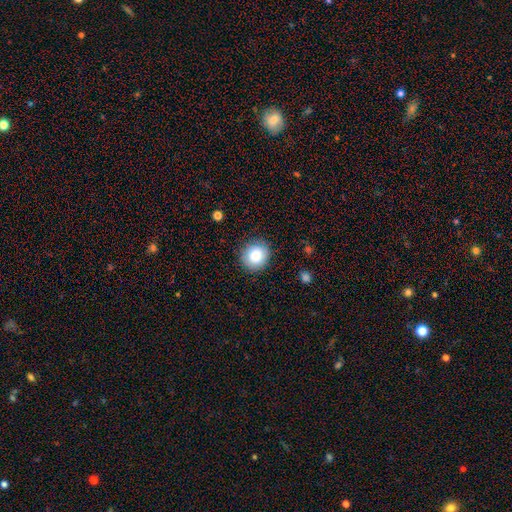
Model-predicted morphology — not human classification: smooth_or_featured: smooth (p=0.84) [alt: star or artifact p=0.08]
how_rounded: round (p=0.87) [alt: in between p=0.12]
merging: none (p=0.87) [alt: minor disturbance p=0.09]